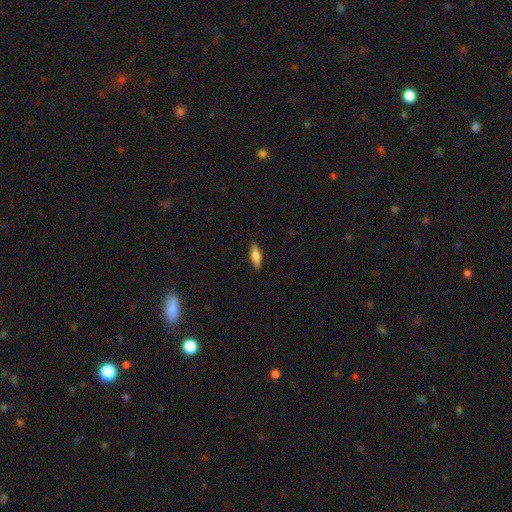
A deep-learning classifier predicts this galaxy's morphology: Q: Smooth or featured?
A: smooth (76%); runner-up: featured or disk (18%)
Q: How rounded?
A: cigar-shaped (50%); runner-up: in between (48%)
Q: Merging?
A: none (89%); runner-up: minor disturbance (8%)